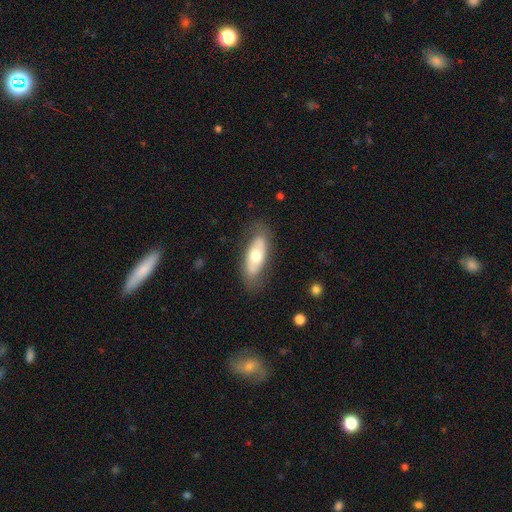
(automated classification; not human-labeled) This appears to be a smooth galaxy with no disk features (55%) that is in between round and cigar-shaped (78%). Merging: none (77%).